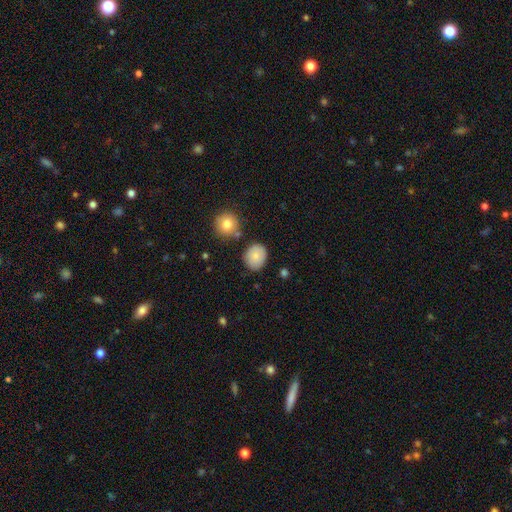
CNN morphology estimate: Smooth or featured?
  - smooth: 82% *
  - featured or disk: 9%
  - star or artifact: 8%
How rounded?
  - round: 70% *
  - in between: 29%
  - cigar-shaped: 1%
Merging?
  - none: 78% *
  - minor disturbance: 14%
  - merger: 5%
  - major disturbance: 3%